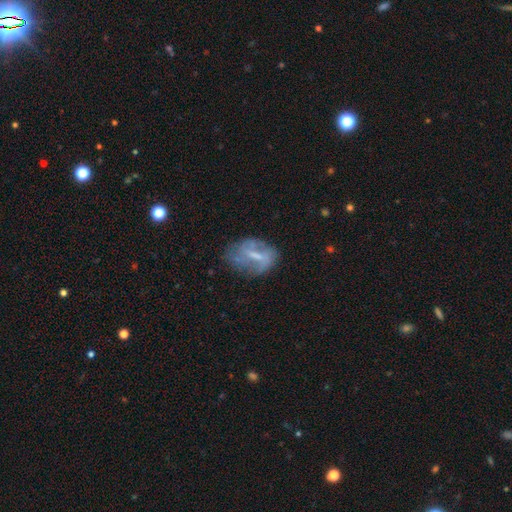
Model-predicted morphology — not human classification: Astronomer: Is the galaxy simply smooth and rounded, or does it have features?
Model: featured or disk — 59%.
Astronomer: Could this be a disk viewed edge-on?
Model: no — 95%.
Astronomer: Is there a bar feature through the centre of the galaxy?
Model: weak — 50% (runner-up: no, 26%).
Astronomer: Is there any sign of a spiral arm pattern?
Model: yes — 52% (runner-up: no, 48%).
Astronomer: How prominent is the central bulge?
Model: small — 39% (runner-up: moderate, 31%).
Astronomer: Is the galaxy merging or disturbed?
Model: none — 51% (runner-up: minor disturbance, 26%).